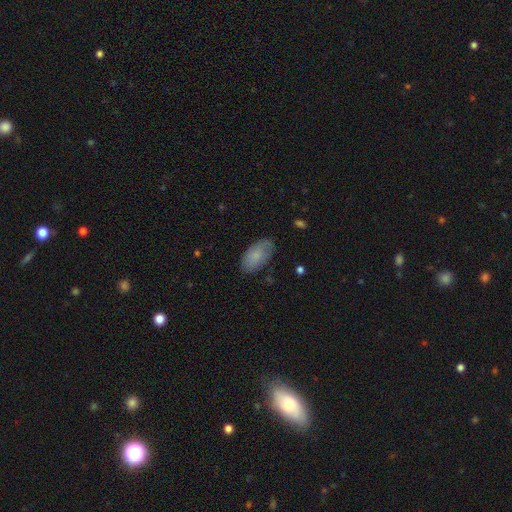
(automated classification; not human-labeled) Smooth or featured: smooth — 81% (featured or disk — 12%)
How rounded: in between — 94% (cigar-shaped — 3%)
Merging: none — 80% (minor disturbance — 15%)